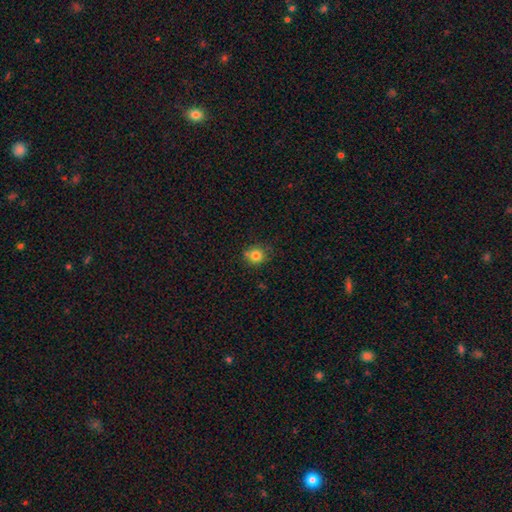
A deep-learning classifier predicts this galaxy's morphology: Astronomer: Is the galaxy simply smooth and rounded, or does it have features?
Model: smooth — 81%.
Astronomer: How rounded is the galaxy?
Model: round — 88%.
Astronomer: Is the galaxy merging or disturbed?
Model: none — 71%.